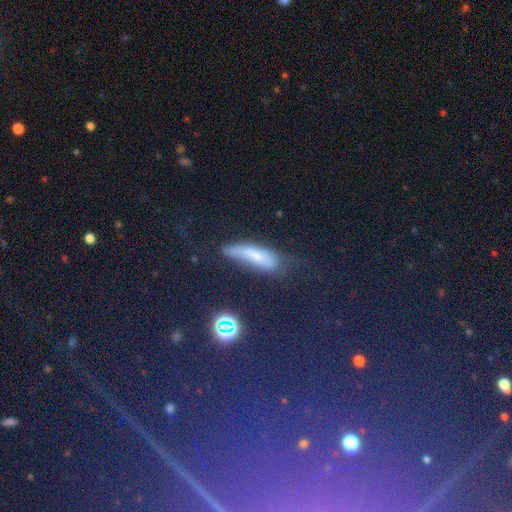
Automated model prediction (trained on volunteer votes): Smooth or featured?
  - smooth: 55% *
  - featured or disk: 27%
  - star or artifact: 18%
How rounded?
  - cigar-shaped: 67% *
  - in between: 28%
  - round: 4%
Merging?
  - none: 40% *
  - minor disturbance: 31%
  - major disturbance: 23%
  - merger: 6%